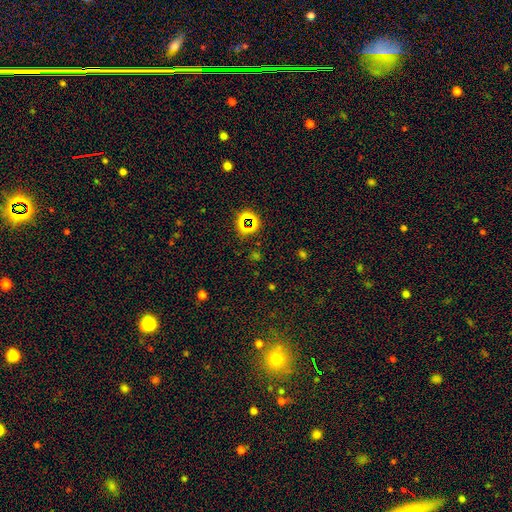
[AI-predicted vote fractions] A star or artifact, not a galaxy (67%).